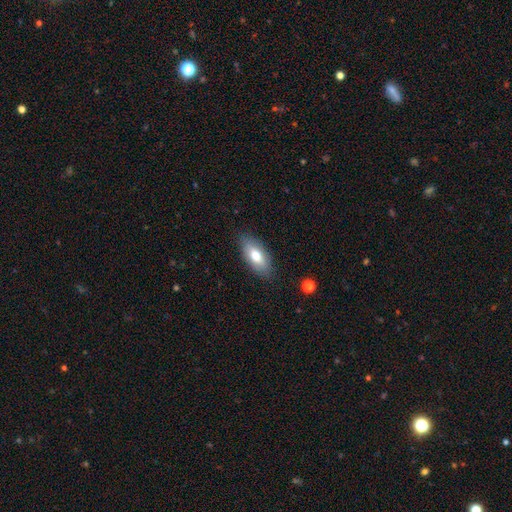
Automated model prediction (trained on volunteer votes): smooth_or_featured: smooth (p=0.76) [alt: featured or disk p=0.18]
how_rounded: in between (p=0.87) [alt: cigar-shaped p=0.10]
merging: none (p=0.83) [alt: minor disturbance p=0.13]